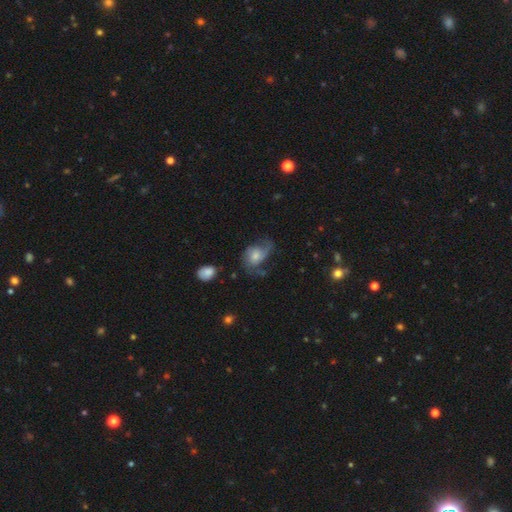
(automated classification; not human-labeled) Smooth or featured?
  - featured or disk: 63% *
  - smooth: 29%
  - star or artifact: 8%
Edge-on disk?
  - no: 97% *
  - yes: 3%
Bar?
  - no: 70% *
  - weak: 26%
  - strong: 4%
Spiral arms?
  - yes: 89% *
  - no: 11%
Spiral winding?
  - loose: 48% *
  - medium: 38%
  - tight: 14%
Spiral arm count?
  - 2: 64% *
  - 1: 17%
  - can't tell: 10%
  - 3: 5%
  - 4: 2%
  - more than 4: 2%
Bulge size?
  - moderate: 48% *
  - small: 33%
  - large: 11%
  - none: 6%
  - dominant: 2%
Merging?
  - none: 43% *
  - major disturbance: 28%
  - minor disturbance: 26%
  - merger: 3%